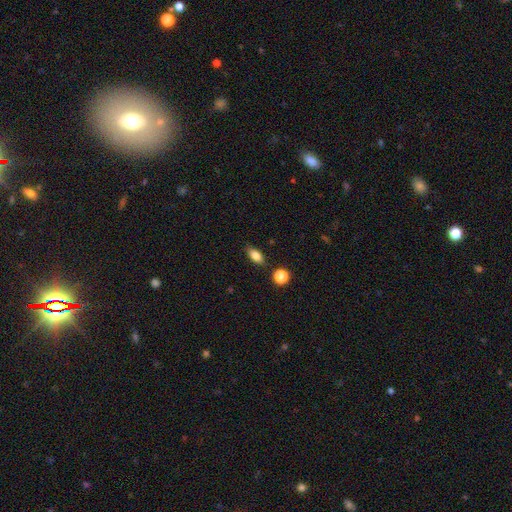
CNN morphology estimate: The model was most divided on "smooth or featured": smooth: 81%, featured or disk: 10%, star or artifact: 9%. More confident: how rounded — in between (83%); merging — none (83%).